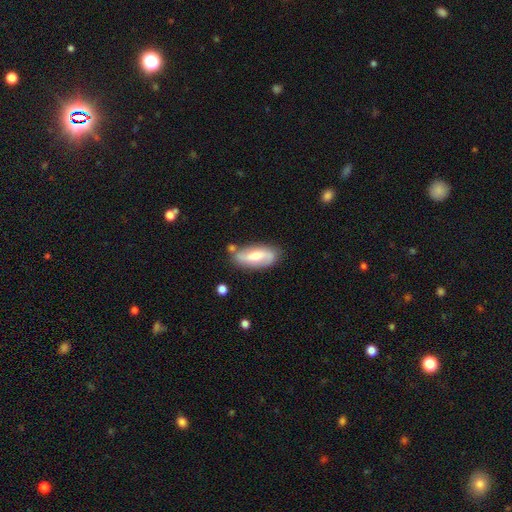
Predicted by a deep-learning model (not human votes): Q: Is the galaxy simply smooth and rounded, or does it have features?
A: featured or disk — 54%.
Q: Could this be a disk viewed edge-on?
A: no — 85%.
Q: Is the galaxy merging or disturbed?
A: none — 73%.